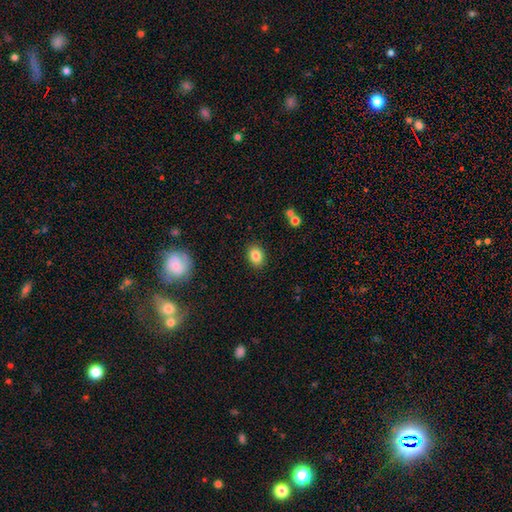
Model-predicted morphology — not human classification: smooth 84%, star or artifact 9%, featured or disk 7%. Down the decision tree: how rounded — in between (62%); merging — none (88%).